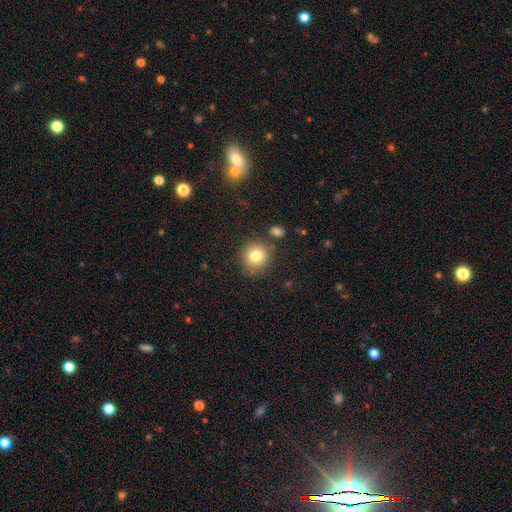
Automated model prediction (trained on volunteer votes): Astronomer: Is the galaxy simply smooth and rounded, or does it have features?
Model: smooth — 80%.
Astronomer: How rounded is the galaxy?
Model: round — 89%.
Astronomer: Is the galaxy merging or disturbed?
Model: none — 81%.